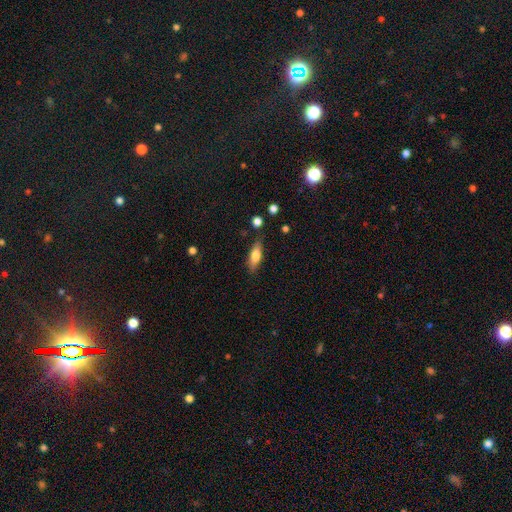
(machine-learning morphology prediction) smooth_or_featured: smooth (p=0.67) [alt: featured or disk p=0.27]
how_rounded: in between (p=0.57) [alt: cigar-shaped p=0.40]
merging: none (p=0.80) [alt: minor disturbance p=0.14]